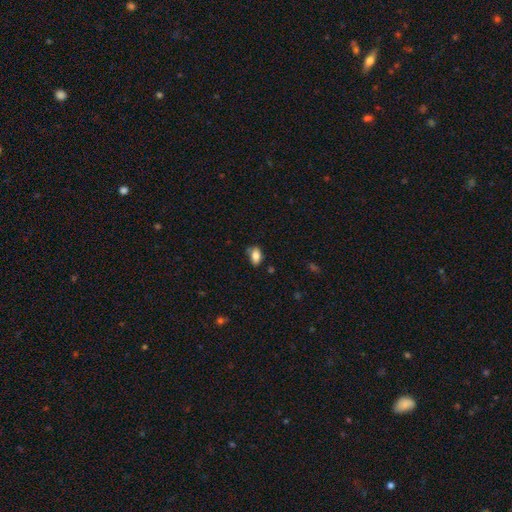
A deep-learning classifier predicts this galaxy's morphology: Overall: smooth (84%). How rounded: in between (89%). Merging: none (65%; minor disturbance 26%).